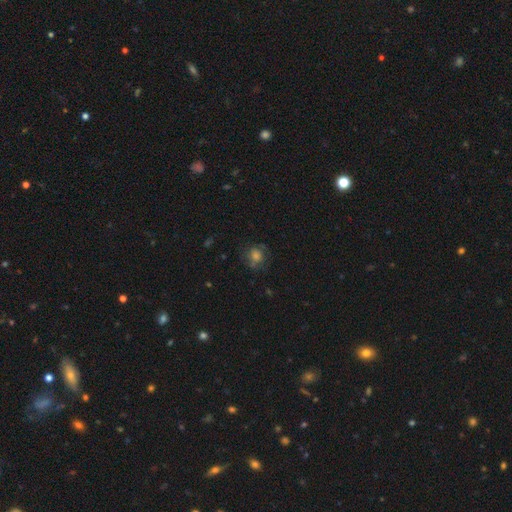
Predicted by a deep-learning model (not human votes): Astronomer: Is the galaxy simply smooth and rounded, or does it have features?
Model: smooth — 57%.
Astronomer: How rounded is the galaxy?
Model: round — 76%.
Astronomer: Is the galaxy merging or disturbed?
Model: none — 68%.